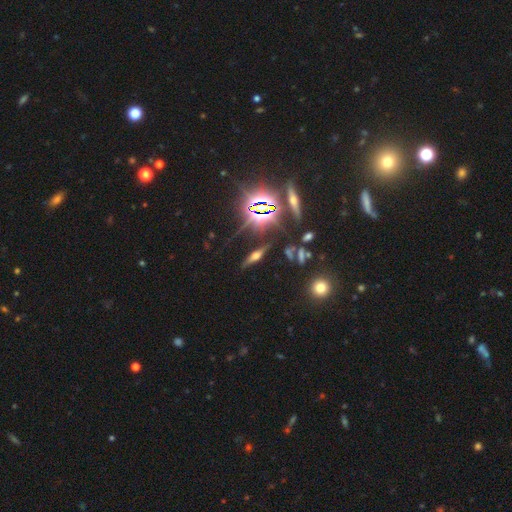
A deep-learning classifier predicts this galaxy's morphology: Overall: featured or disk (45%; star or artifact 28%). Merging: none (81%).